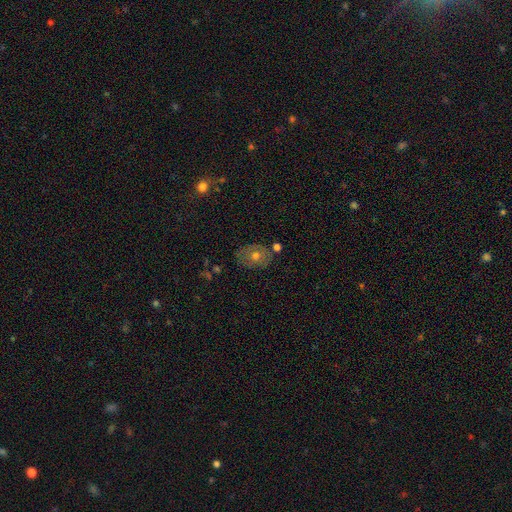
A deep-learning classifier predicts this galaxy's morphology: Smooth or featured?
  - smooth: 57% *
  - featured or disk: 32%
  - star or artifact: 11%
How rounded?
  - in between: 66% *
  - round: 33%
  - cigar-shaped: 1%
Merging?
  - none: 75% *
  - minor disturbance: 15%
  - merger: 5%
  - major disturbance: 4%